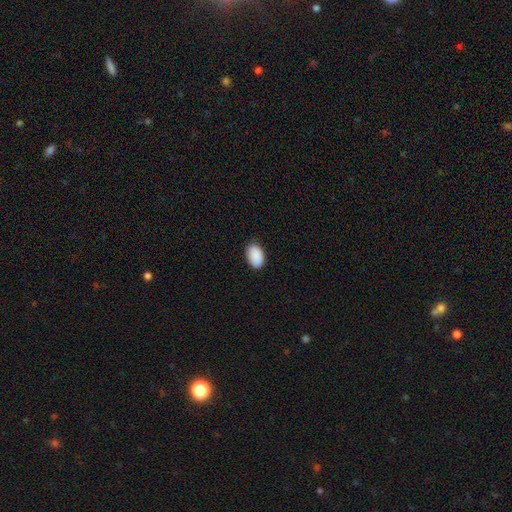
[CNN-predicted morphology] A smooth galaxy with no disk features (91%) that is in between round and cigar-shaped (91%). Merging: none (85%).